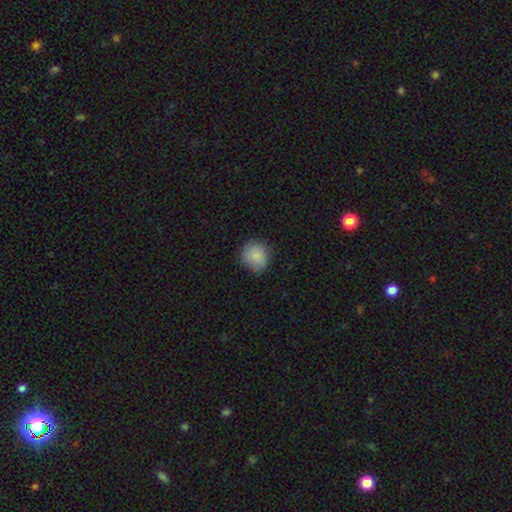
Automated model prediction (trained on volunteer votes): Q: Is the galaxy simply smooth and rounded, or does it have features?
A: smooth — 86%.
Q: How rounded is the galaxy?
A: round — 86%.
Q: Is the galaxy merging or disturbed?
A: none — 79%.